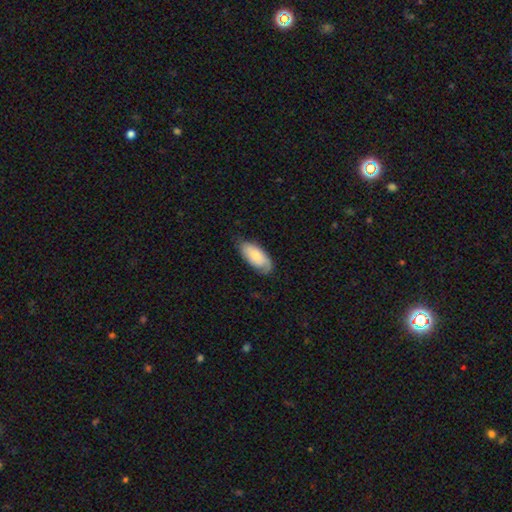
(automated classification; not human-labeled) Smooth or featured: smooth — 64% (featured or disk — 30%)
How rounded: in between — 91% (cigar-shaped — 7%)
Merging: none — 68% (minor disturbance — 25%)